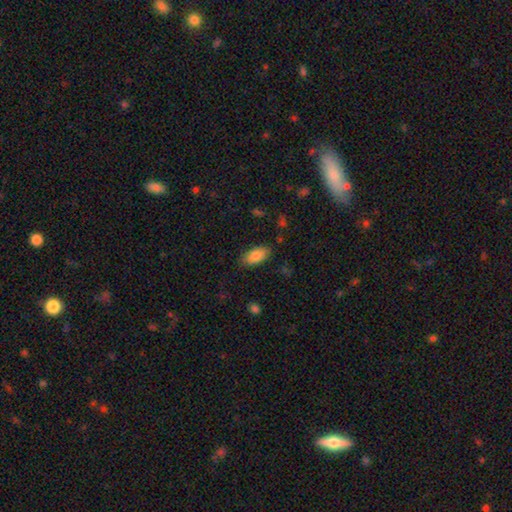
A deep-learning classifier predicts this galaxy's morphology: smooth_or_featured: smooth (p=0.84) [alt: featured or disk p=0.09]
how_rounded: in between (p=0.92) [alt: cigar-shaped p=0.05]
merging: none (p=0.82) [alt: minor disturbance p=0.13]